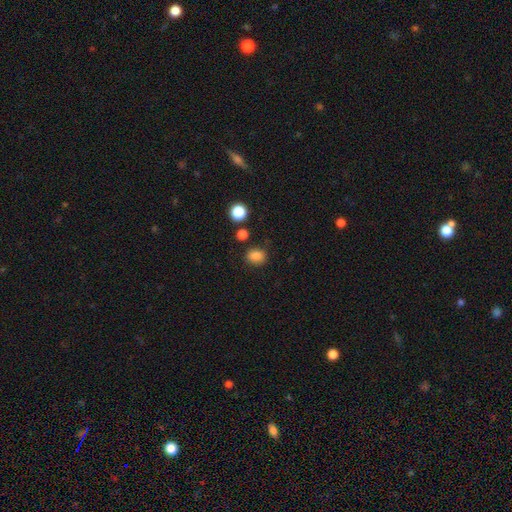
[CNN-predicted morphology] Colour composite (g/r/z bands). It shows a smooth galaxy with no disk features (84%) that is in between round and cigar-shaped (50%). Merging: none (81%).